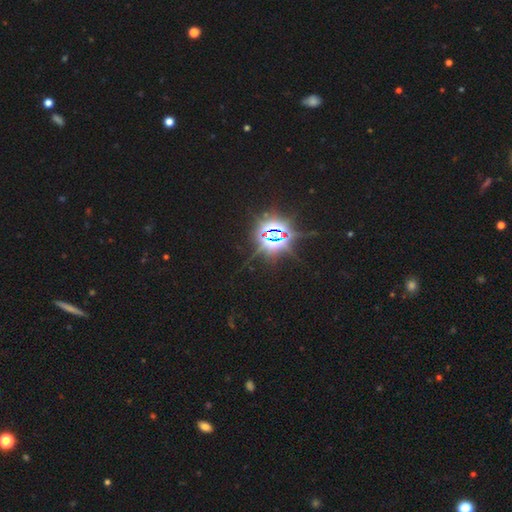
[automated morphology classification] Overall: star or artifact (85%).